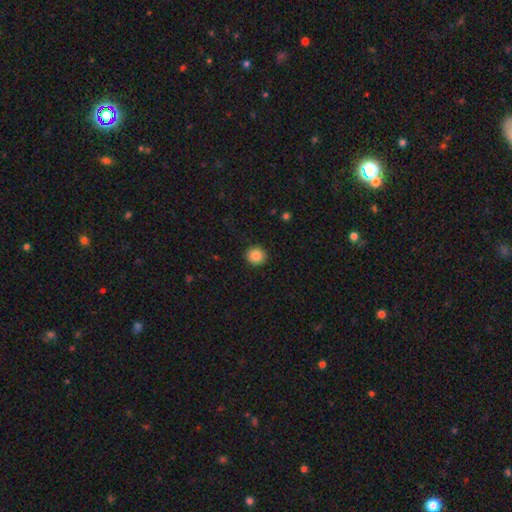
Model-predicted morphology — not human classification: Q: Smooth or featured?
A: smooth (87%); runner-up: star or artifact (9%)
Q: How rounded?
A: round (90%); runner-up: in between (9%)
Q: Merging?
A: none (91%); runner-up: minor disturbance (6%)